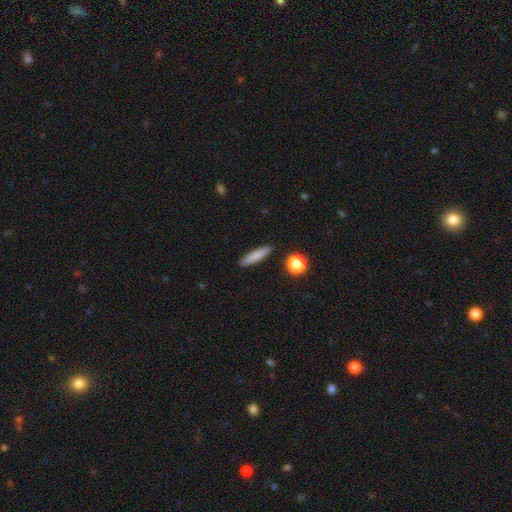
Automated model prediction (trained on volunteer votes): Overall: smooth (81%). How rounded: cigar-shaped (81%). Merging: none (89%).